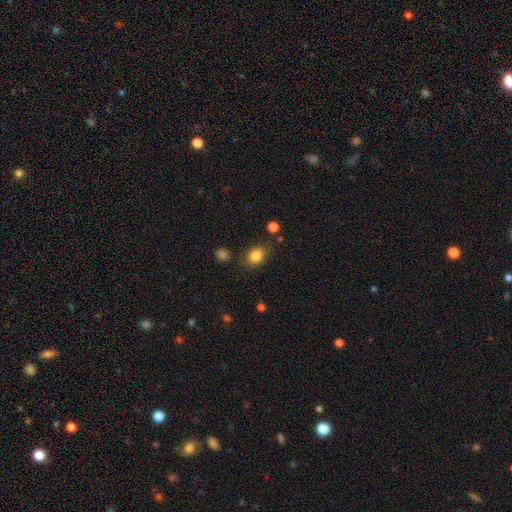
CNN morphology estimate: smooth 84%, star or artifact 10%, featured or disk 6%. Down the decision tree: how rounded — in between (50%); merging — none (79%).